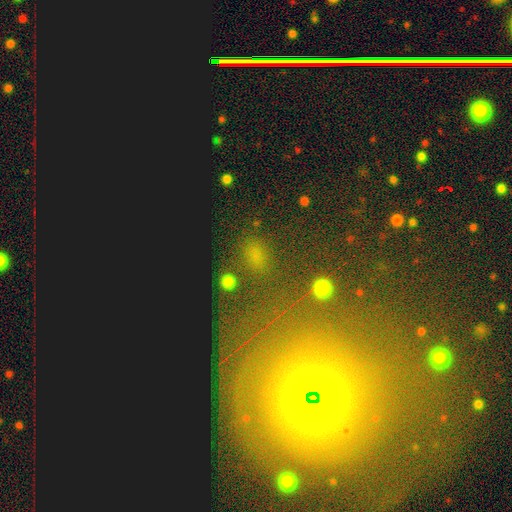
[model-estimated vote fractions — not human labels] Smooth or featured: smooth — 50% (star or artifact — 39%)
How rounded: in between — 56% (round — 40%)
Merging: none — 75% (minor disturbance — 13%)